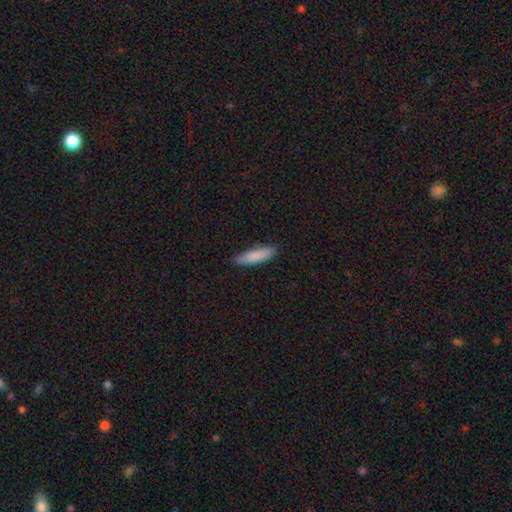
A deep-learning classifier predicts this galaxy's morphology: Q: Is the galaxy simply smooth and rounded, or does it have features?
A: smooth — 86%.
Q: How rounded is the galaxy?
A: cigar-shaped — 71%.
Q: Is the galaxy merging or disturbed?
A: none — 87%.